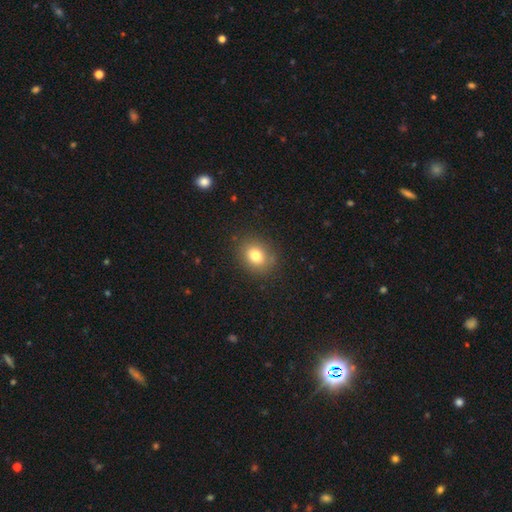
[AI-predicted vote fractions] Smooth or featured?
  - smooth: 79% *
  - star or artifact: 11%
  - featured or disk: 9%
How rounded?
  - round: 55% *
  - in between: 44%
  - cigar-shaped: 1%
Merging?
  - none: 86% *
  - minor disturbance: 10%
  - major disturbance: 3%
  - merger: 1%